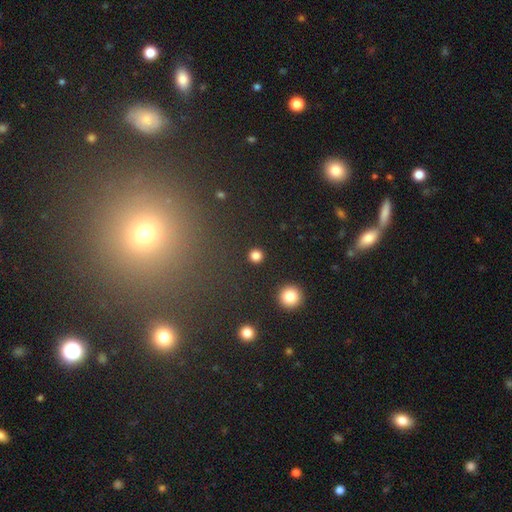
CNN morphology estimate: A smooth galaxy with no disk features (82%) that is round (92%). Merging: none (91%).